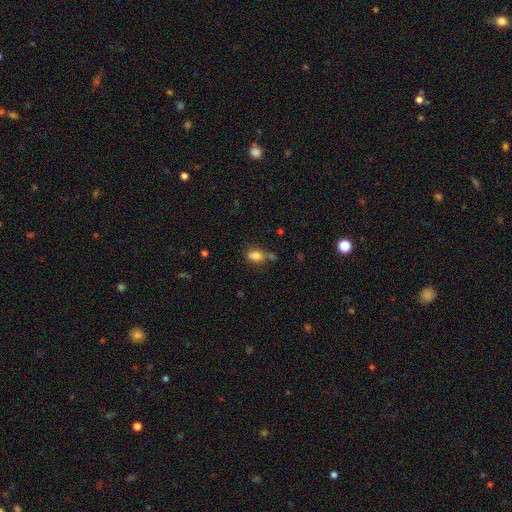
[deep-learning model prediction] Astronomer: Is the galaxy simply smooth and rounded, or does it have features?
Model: smooth — 77%.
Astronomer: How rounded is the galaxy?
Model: in between — 78%.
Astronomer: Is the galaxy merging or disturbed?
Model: none — 47% (runner-up: merger, 23%).